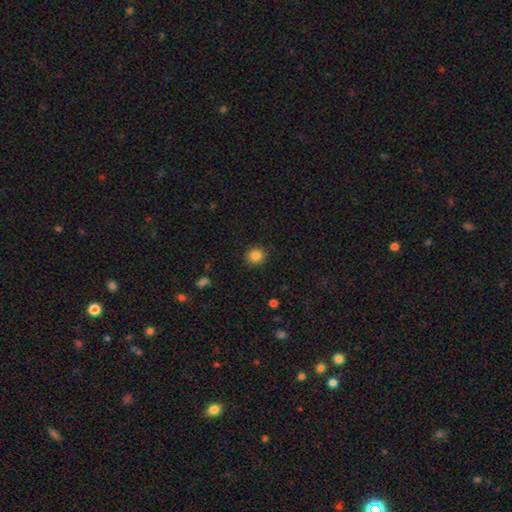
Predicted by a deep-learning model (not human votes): A smooth galaxy with no disk features (86%) that is round (86%). Merging: none (89%).